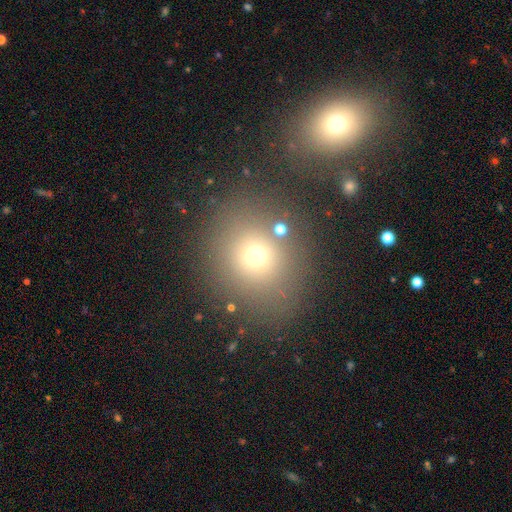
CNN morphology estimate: smooth 67%, star or artifact 21%, featured or disk 12%. Down the decision tree: how rounded — round (81%); merging — none (74%).